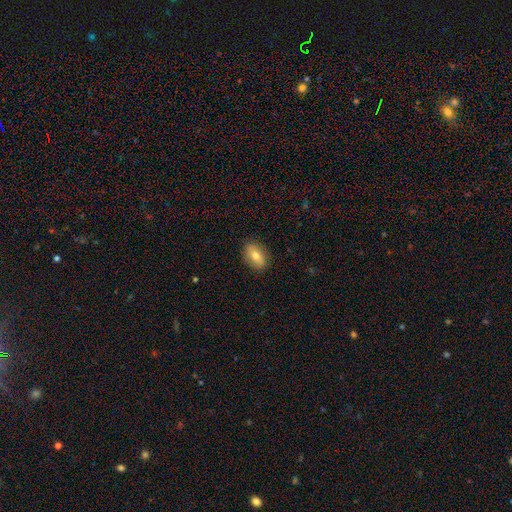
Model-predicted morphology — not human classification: Smooth or featured? Predicted: smooth (p=0.73). How rounded? Predicted: in between (p=0.83). Merging? Predicted: none (p=0.86).